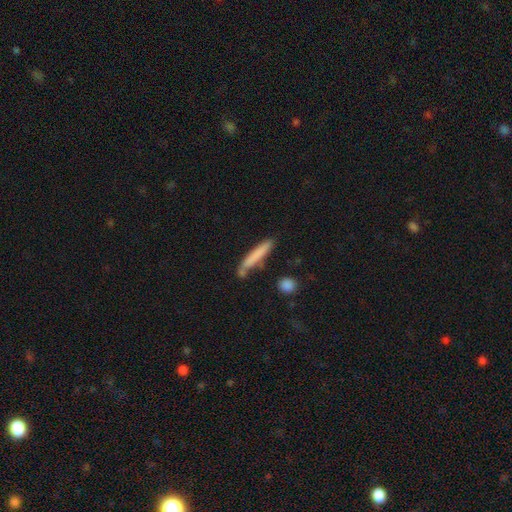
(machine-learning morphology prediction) A smooth galaxy with no disk features (75%) that is cigar-shaped (93%).

Vote fractions:
- Smooth or featured? smooth: 75% / featured or disk: 19% / star or artifact: 6%
- How rounded? cigar-shaped: 93% / in between: 5% / round: 1%
- Merging? none: 72% / minor disturbance: 16% / merger: 8% / major disturbance: 4%